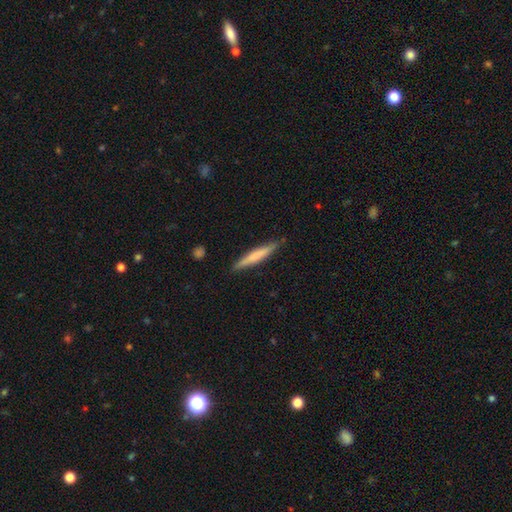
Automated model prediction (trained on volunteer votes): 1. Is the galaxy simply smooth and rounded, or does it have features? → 63% smooth, 32% featured or disk, 5% star or artifact.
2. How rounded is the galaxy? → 94% cigar-shaped, 4% in between, 1% round.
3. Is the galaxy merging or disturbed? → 88% none, 9% minor disturbance, 2% major disturbance, 1% merger.